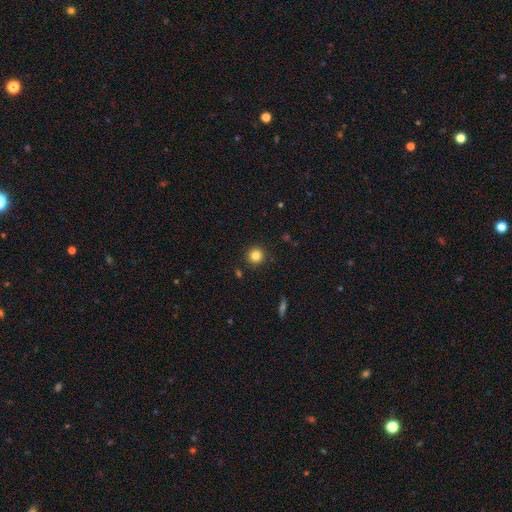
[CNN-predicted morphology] Smooth or featured: smooth — 83% (star or artifact — 12%)
How rounded: round — 94% (in between — 5%)
Merging: none — 92% (minor disturbance — 5%)